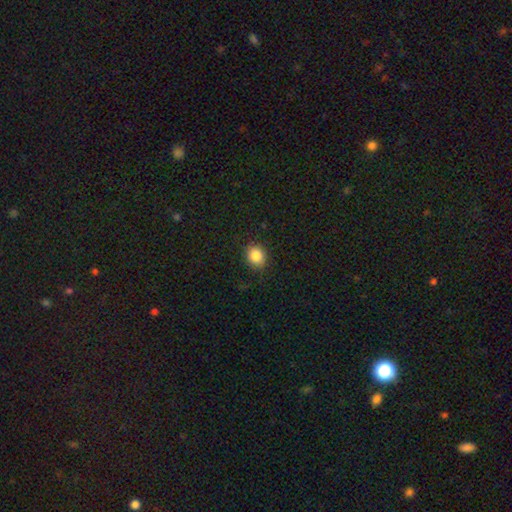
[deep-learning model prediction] A smooth galaxy with no disk features (85%) that is round (71%). Merging: none (85%).